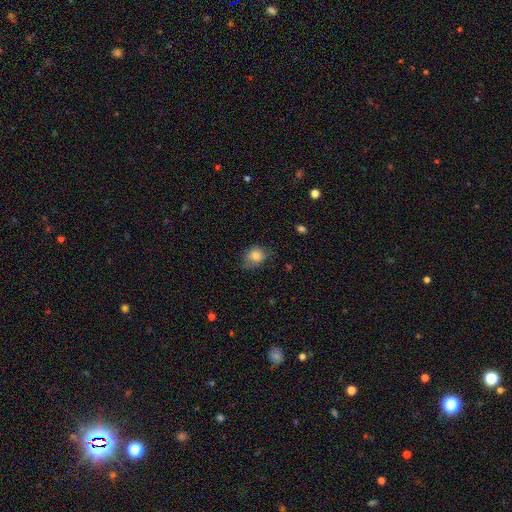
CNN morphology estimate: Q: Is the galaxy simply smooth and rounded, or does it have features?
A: smooth — 81%.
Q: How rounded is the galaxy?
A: round — 53%.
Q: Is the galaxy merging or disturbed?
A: none — 58%.